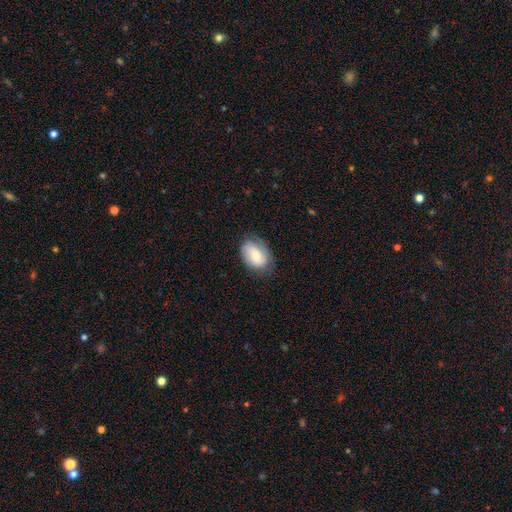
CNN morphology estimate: type=smooth (61%); roundness=in between (83%); merging=none (67%).